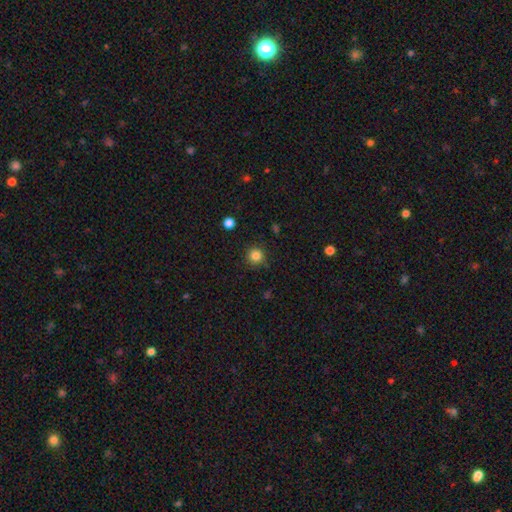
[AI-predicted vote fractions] Overall: smooth (83%). How rounded: round (95%). Merging: none (88%).